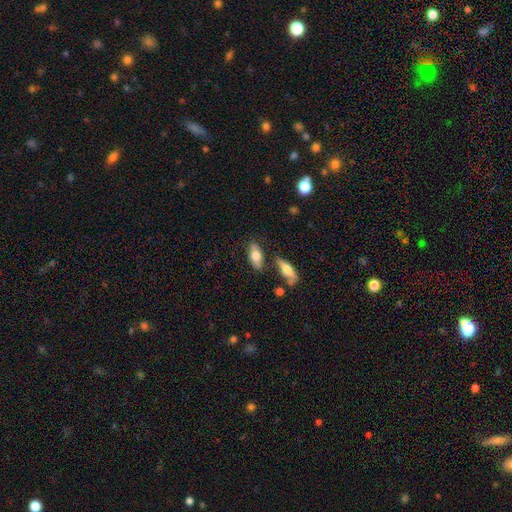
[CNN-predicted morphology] The model was most divided on "smooth or featured": smooth: 66%, featured or disk: 28%, star or artifact: 6%. More confident: how rounded — in between (77%); merging — none (72%).